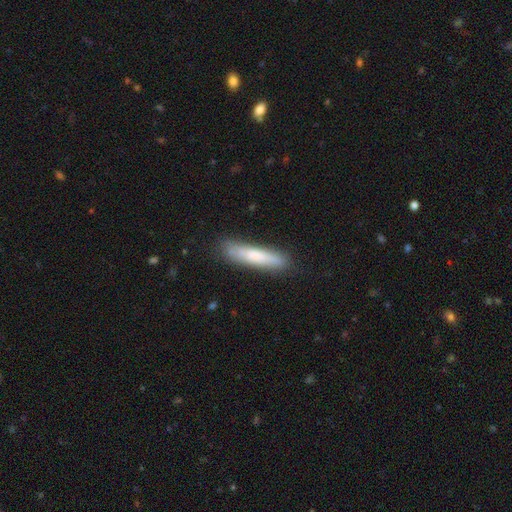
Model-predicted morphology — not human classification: A smooth galaxy with no disk features (69%) that is cigar-shaped (85%). Merging: none (75%).